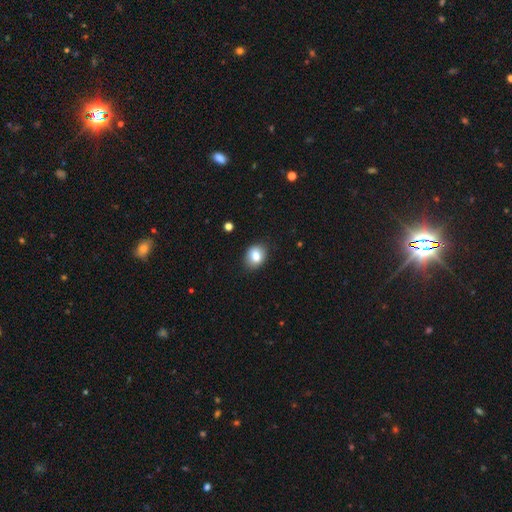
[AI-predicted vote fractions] This appears to be a smooth galaxy with no disk features (82%) that is in between round and cigar-shaped (50%). Merging: none (85%).